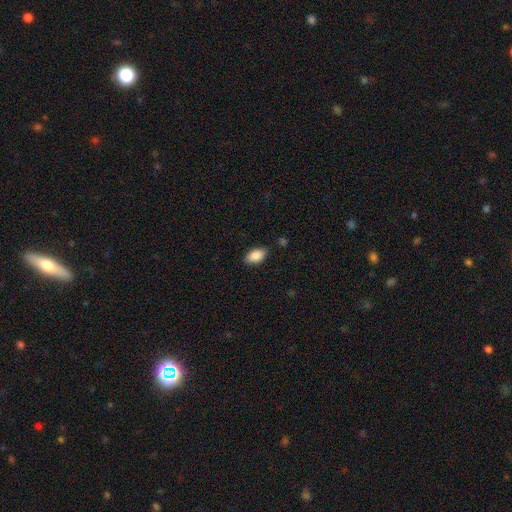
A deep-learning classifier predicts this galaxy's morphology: A smooth galaxy with no disk features (89%) that is in between round and cigar-shaped (93%). Merging: none (85%).